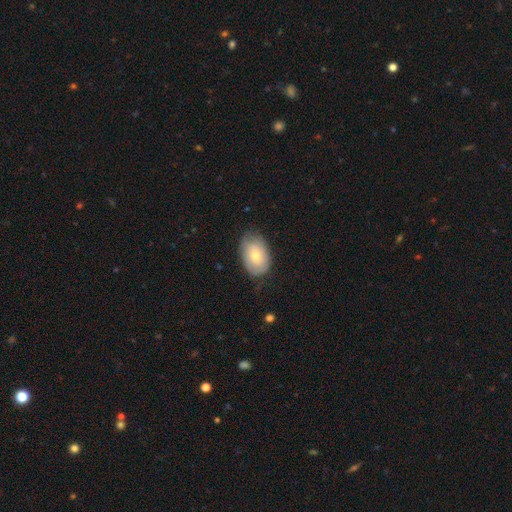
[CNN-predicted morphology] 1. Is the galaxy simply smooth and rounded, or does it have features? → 67% smooth, 27% featured or disk, 6% star or artifact.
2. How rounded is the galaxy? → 87% in between, 12% round, 1% cigar-shaped.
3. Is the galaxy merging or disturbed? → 70% none, 24% minor disturbance, 5% major disturbance, 1% merger.